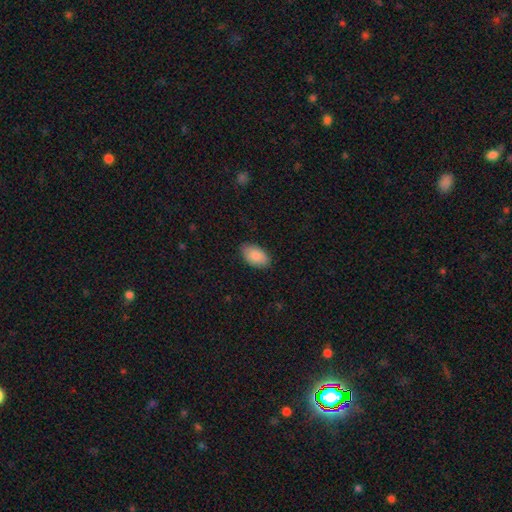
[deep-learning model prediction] This appears to be a smooth galaxy with no disk features (88%) that is in between round and cigar-shaped (94%). Merging: none (84%).